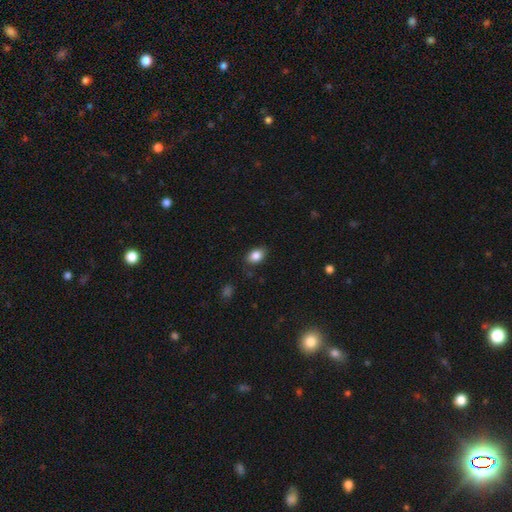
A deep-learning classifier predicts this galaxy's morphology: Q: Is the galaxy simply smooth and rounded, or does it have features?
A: smooth — 85%.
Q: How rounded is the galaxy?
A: in between — 82%.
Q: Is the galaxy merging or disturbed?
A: none — 84%.